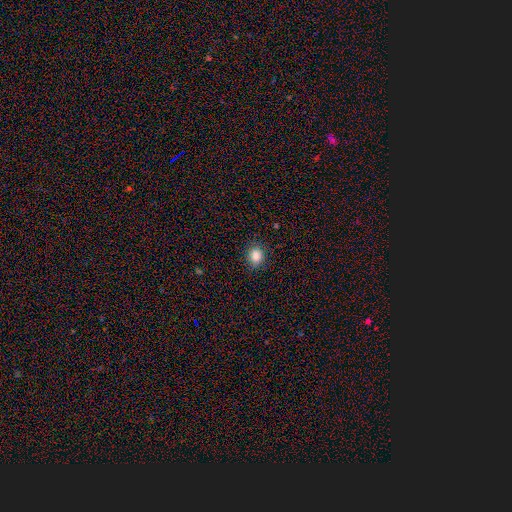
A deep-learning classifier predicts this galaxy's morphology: The model was most divided on "how rounded": round: 56%, in between: 43%, cigar-shaped: 1%. More confident: merging — none (87%); smooth or featured — smooth (85%).